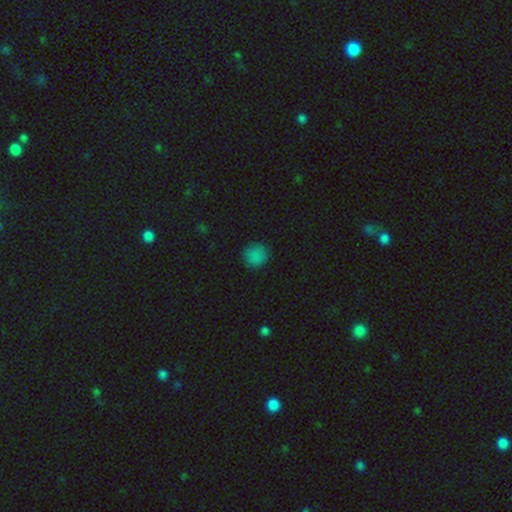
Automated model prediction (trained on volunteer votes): A smooth galaxy with no disk features (83%) that is round (93%). Merging: none (88%).